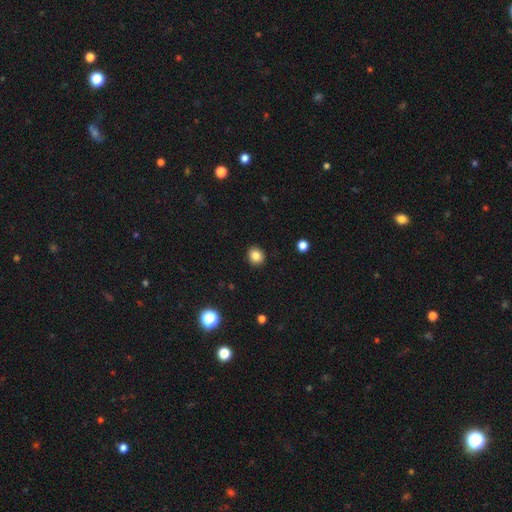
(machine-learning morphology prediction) A smooth galaxy with no disk features (84%) that is round (79%).

Vote fractions:
- Smooth or featured? smooth: 84% / star or artifact: 11% / featured or disk: 5%
- How rounded? round: 79% / in between: 20% / cigar-shaped: 1%
- Merging? none: 91% / minor disturbance: 6% / major disturbance: 2% / merger: 1%